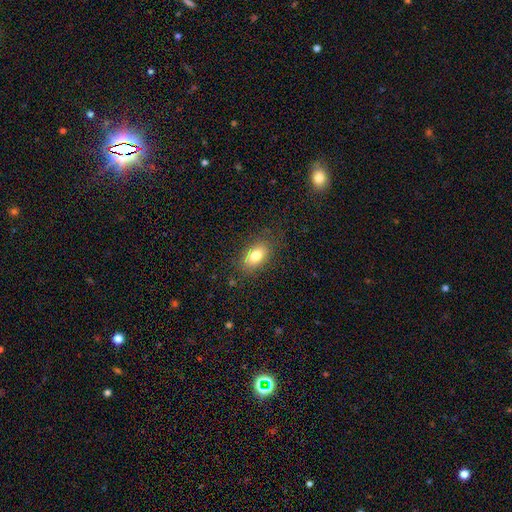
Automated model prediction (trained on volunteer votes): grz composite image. It shows a smooth galaxy with no disk features (78%) that is in between round and cigar-shaped (86%). Merging: none (82%).